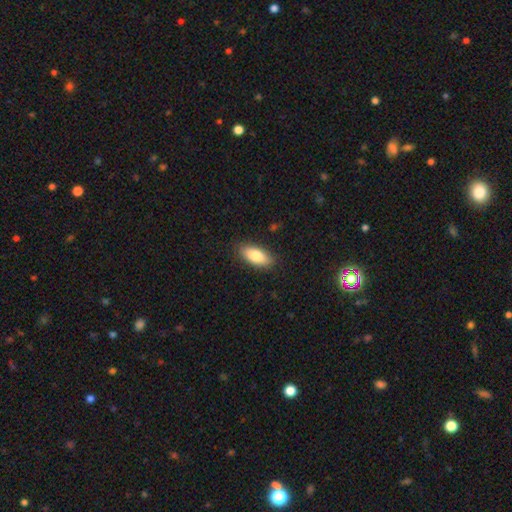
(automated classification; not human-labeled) Q: Smooth or featured?
A: smooth (81%); runner-up: featured or disk (13%)
Q: How rounded?
A: in between (84%); runner-up: cigar-shaped (13%)
Q: Merging?
A: none (87%); runner-up: minor disturbance (10%)